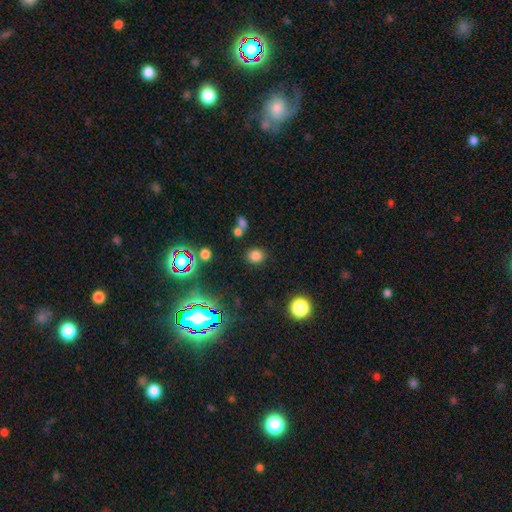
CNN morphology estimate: A smooth galaxy with no disk features (74%) that is round (76%).

Vote fractions:
- Smooth or featured? smooth: 74% / star or artifact: 20% / featured or disk: 6%
- How rounded? round: 76% / in between: 23% / cigar-shaped: 1%
- Merging? none: 82% / minor disturbance: 8% / merger: 6% / major disturbance: 3%